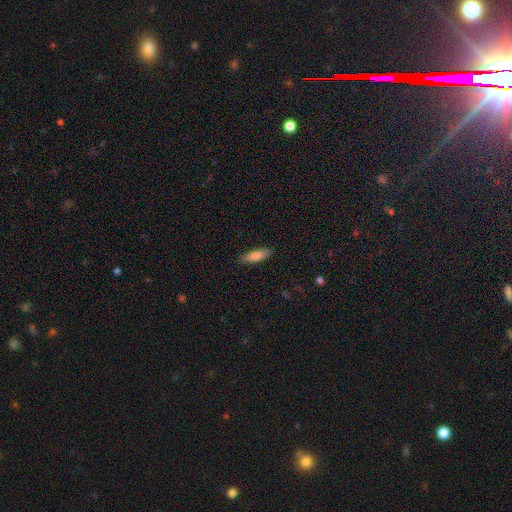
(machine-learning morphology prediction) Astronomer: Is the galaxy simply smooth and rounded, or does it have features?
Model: smooth — 76%.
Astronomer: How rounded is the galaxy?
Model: cigar-shaped — 53% (runner-up: in between, 45%).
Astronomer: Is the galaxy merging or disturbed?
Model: none — 88%.